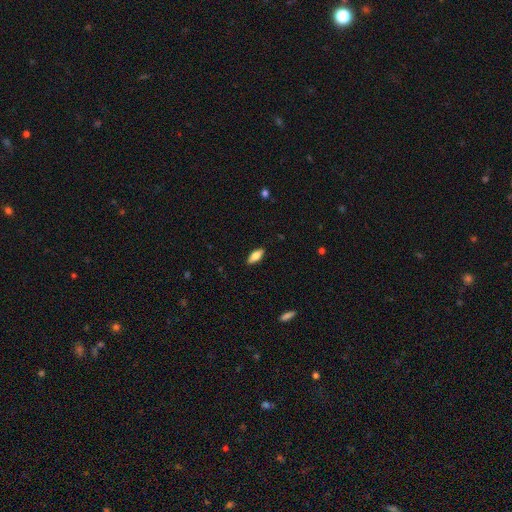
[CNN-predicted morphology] Q: Smooth or featured?
A: smooth (73%); runner-up: featured or disk (20%)
Q: How rounded?
A: in between (78%); runner-up: cigar-shaped (20%)
Q: Merging?
A: none (88%); runner-up: minor disturbance (9%)